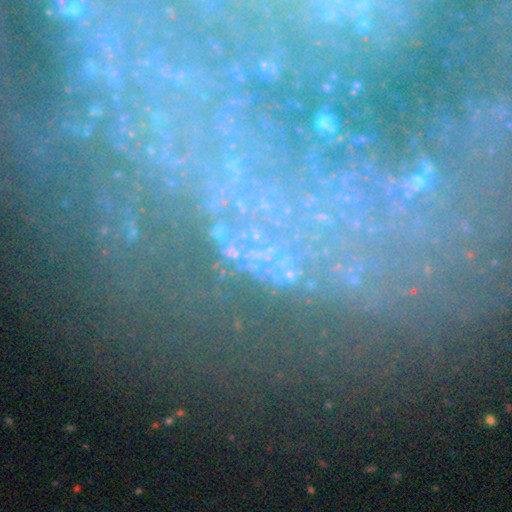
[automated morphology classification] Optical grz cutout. It shows a featured or disk galaxy (45%). Merging: none (52%).